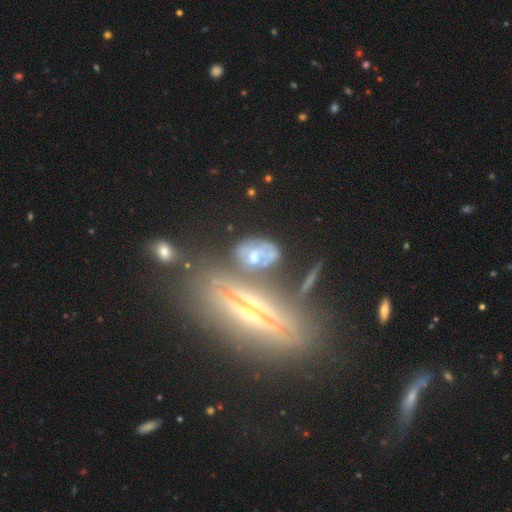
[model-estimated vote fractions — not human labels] Smooth or featured? Predicted: featured or disk (p=0.54). Edge-on disk? Predicted: no (p=0.75). Merging? Predicted: none (p=0.46).